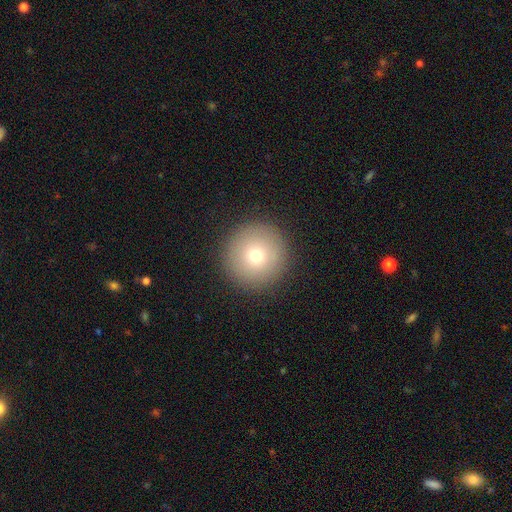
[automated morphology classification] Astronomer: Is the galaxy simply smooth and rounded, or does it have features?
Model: smooth — 72%.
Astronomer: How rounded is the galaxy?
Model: round — 97%.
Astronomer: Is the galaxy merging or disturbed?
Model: none — 92%.